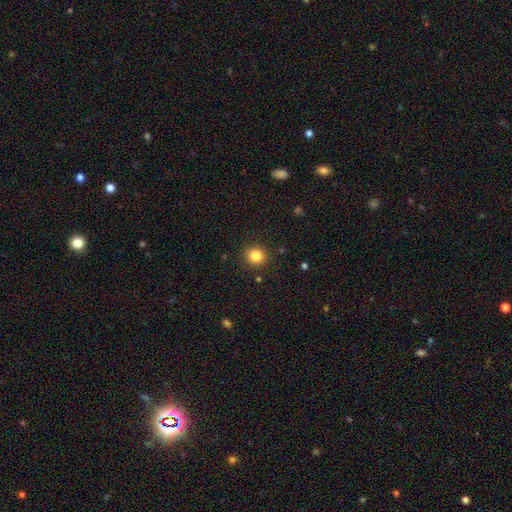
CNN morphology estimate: type=smooth (83%); roundness=round (90%); merging=none (90%).